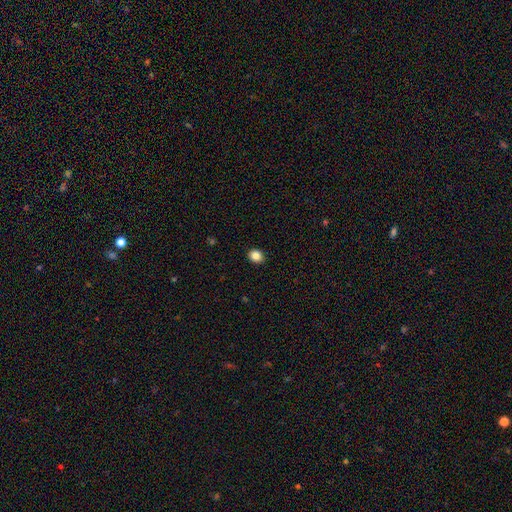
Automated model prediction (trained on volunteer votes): smooth 86%, star or artifact 10%, featured or disk 4%. Down the decision tree: how rounded — round (61%); merging — none (91%).